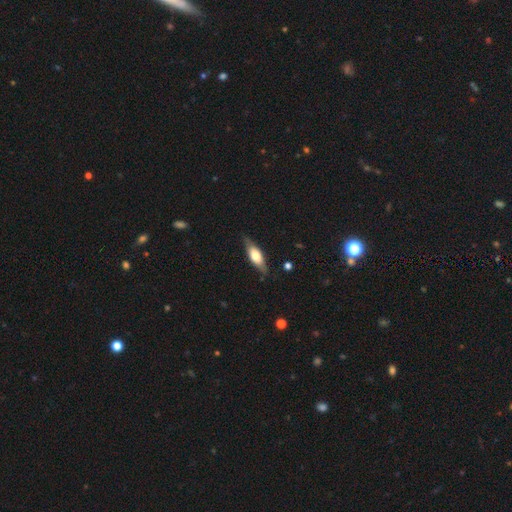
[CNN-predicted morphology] smooth 54%, featured or disk 40%, star or artifact 6%. Down the decision tree: how rounded — in between (63%); merging — none (80%).